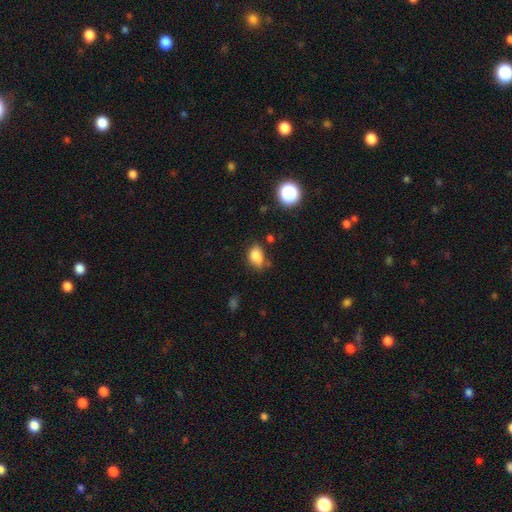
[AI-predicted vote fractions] Smooth or featured?
  - smooth: 82% *
  - star or artifact: 11%
  - featured or disk: 7%
How rounded?
  - in between: 81% *
  - round: 17%
  - cigar-shaped: 2%
Merging?
  - none: 54% *
  - minor disturbance: 32%
  - major disturbance: 8%
  - merger: 6%